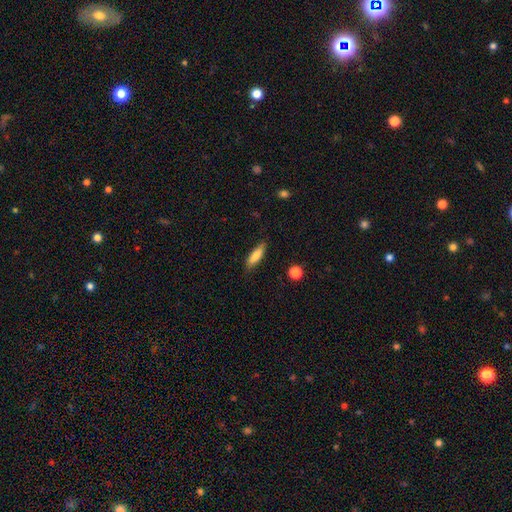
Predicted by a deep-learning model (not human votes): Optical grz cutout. It shows a smooth galaxy with no disk features (80%) that is cigar-shaped (55%). Merging: none (82%).